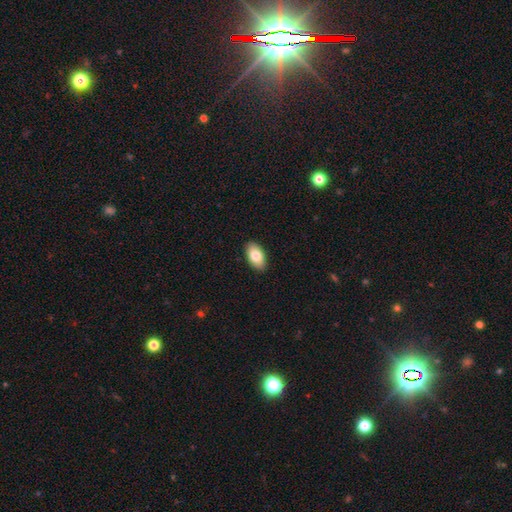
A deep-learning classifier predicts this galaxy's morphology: This is clearly a smooth galaxy (82%). How rounded: clearly in between (94%). Merging: clearly none (90%).